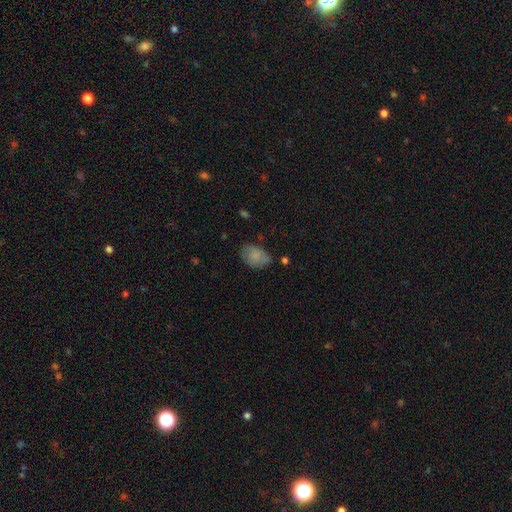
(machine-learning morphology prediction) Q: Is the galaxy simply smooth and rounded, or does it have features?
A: smooth — 80%.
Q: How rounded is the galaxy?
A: in between — 81%.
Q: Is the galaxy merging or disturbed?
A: none — 66%.